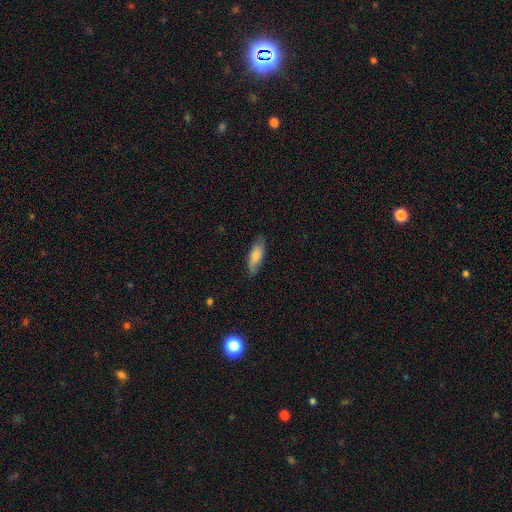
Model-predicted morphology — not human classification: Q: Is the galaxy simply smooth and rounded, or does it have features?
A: smooth — 72%.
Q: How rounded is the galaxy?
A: in between — 61%.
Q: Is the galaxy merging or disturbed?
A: none — 79%.